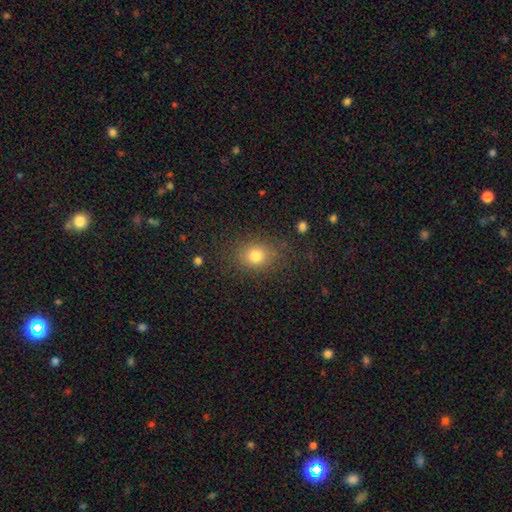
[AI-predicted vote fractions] The model was most divided on "how rounded": round: 53%, in between: 46%, cigar-shaped: 1%. More confident: merging — none (80%); smooth or featured — smooth (79%).